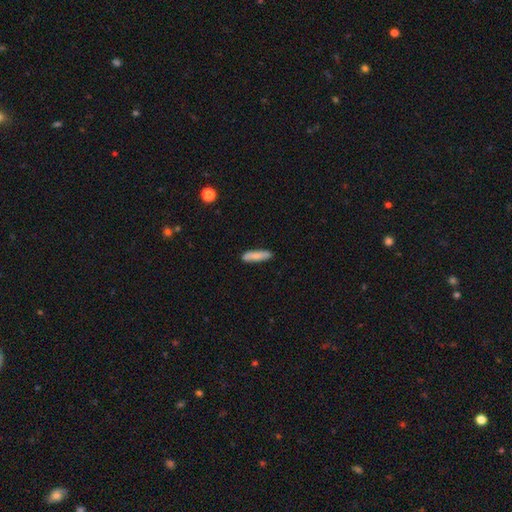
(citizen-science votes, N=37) Smooth or featured: smooth — 78% (featured or disk — 16%)
How rounded: cigar-shaped — 55% (in between — 45%)
Merging: none — 77% (minor disturbance — 20%)